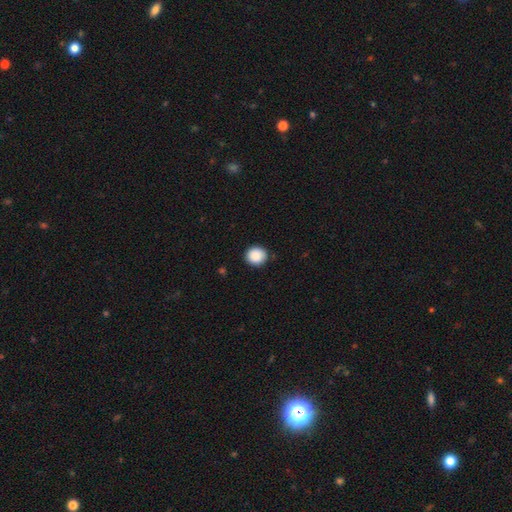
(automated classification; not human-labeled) The model was most divided on "how rounded": round: 88%, in between: 11%, cigar-shaped: 1%. More confident: smooth or featured — smooth (89%); merging — none (88%).